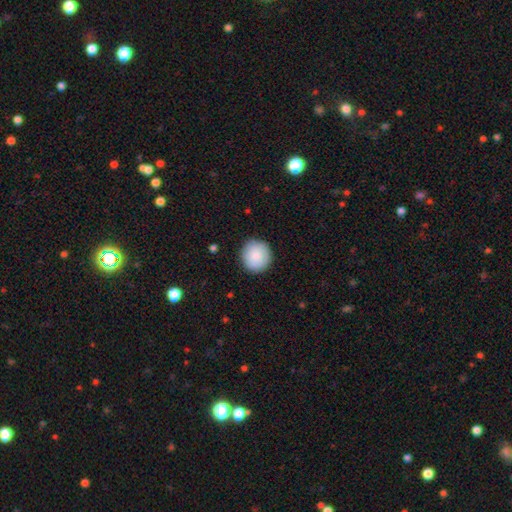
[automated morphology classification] This appears to be a smooth galaxy with no disk features (88%) that is round (92%). Merging: none (90%).